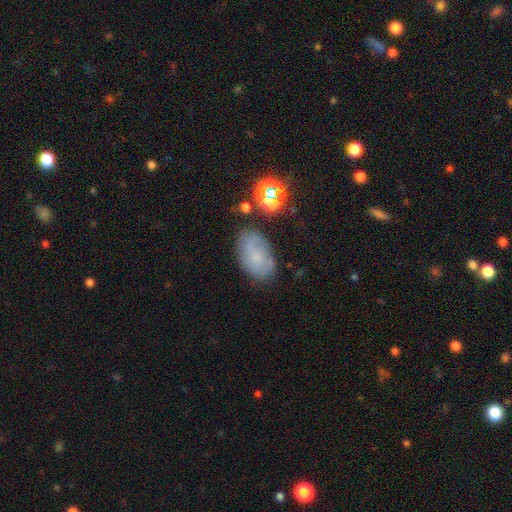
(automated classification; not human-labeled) Smooth or featured?
  - featured or disk: 48% *
  - smooth: 40%
  - star or artifact: 12%
Merging?
  - none: 69% *
  - minor disturbance: 20%
  - major disturbance: 7%
  - merger: 4%